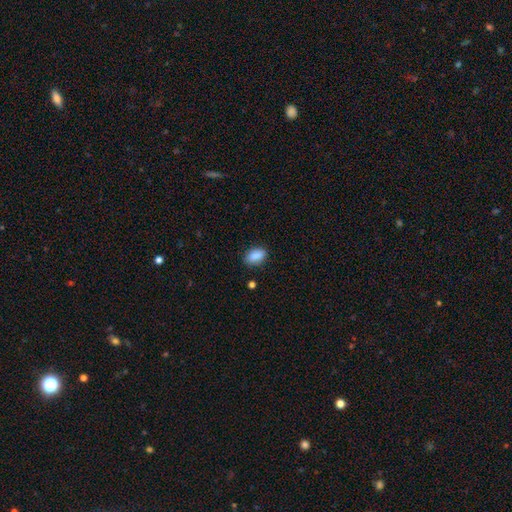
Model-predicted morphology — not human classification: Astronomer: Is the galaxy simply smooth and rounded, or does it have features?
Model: smooth — 88%.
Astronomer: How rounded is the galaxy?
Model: in between — 90%.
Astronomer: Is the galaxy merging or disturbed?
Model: none — 83%.